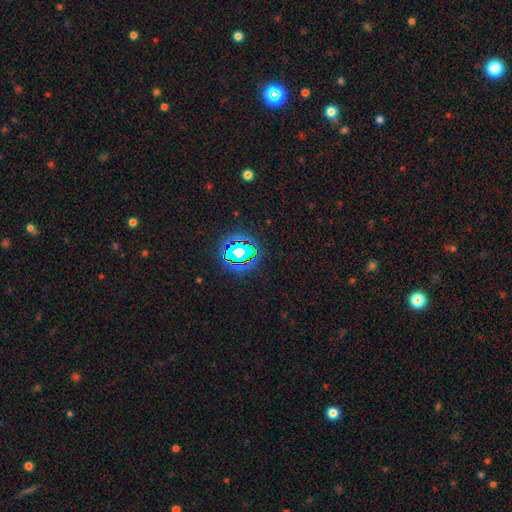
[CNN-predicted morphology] This appears to be a star or artifact, not a galaxy (75%).